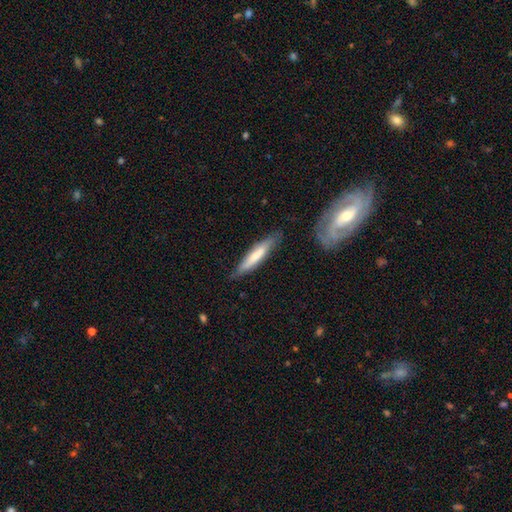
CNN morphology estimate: Smooth or featured? Predicted: smooth (p=0.64). How rounded? Predicted: cigar-shaped (p=0.88). Merging? Predicted: none (p=0.81).